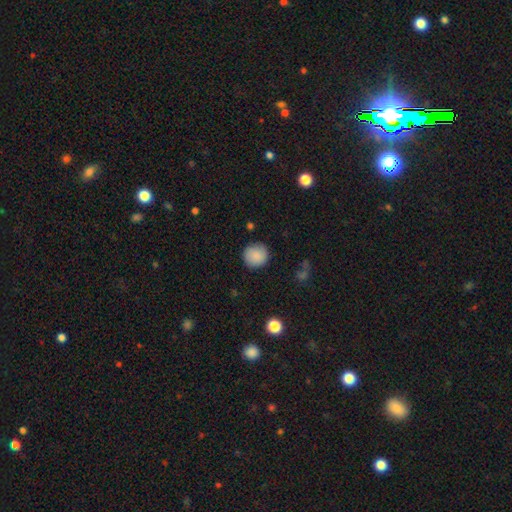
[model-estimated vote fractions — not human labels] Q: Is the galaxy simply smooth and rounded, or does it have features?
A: smooth — 87%.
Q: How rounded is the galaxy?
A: round — 93%.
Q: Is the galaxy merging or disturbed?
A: none — 87%.